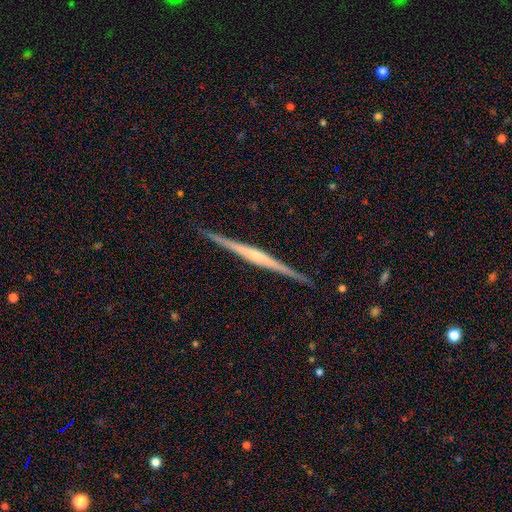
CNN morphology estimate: featured or disk 79%, smooth 16%, star or artifact 5%. Down the decision tree: edge-on disk — yes (98%); edge-on bulge — rounded (42%, tied with none); merging — none (92%).